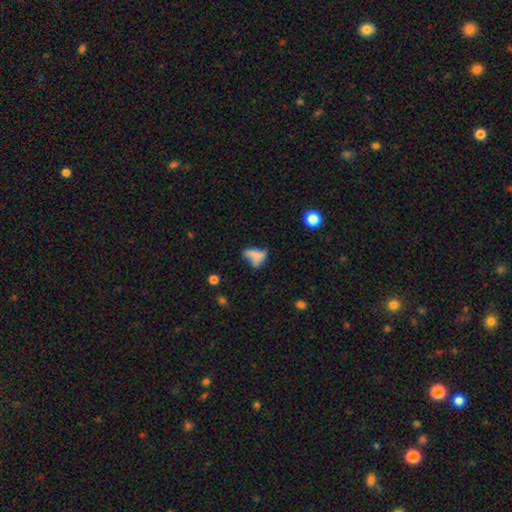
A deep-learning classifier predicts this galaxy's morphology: This is possibly a smooth galaxy (59%). How rounded: likely in between (67%). Merging: marginally none (30%).